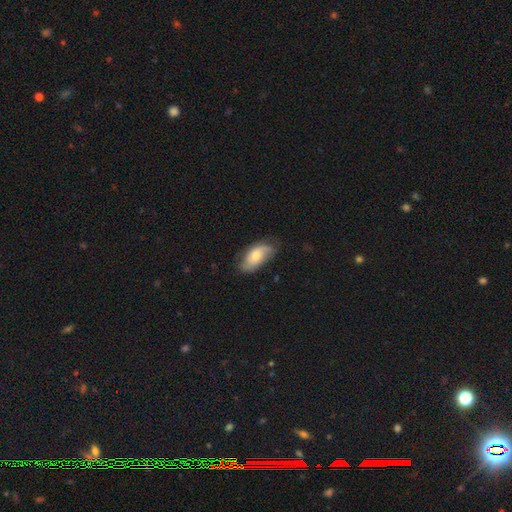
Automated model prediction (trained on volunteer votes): A smooth galaxy with no disk features (49%). Merging: none (64%).